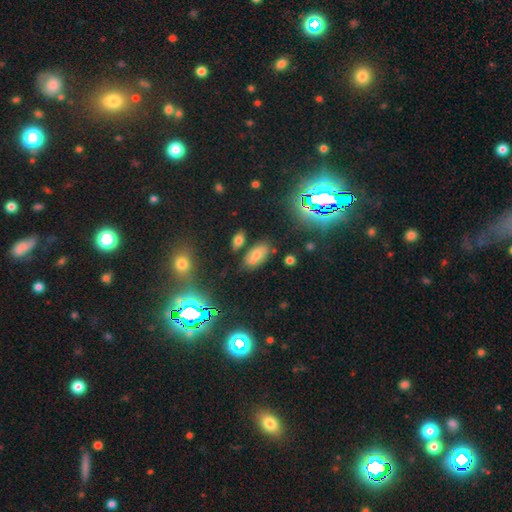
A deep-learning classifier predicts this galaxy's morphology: Smooth or featured?
  - smooth: 57% *
  - star or artifact: 27%
  - featured or disk: 16%
How rounded?
  - in between: 89% *
  - round: 6%
  - cigar-shaped: 5%
Merging?
  - none: 78% *
  - minor disturbance: 12%
  - merger: 6%
  - major disturbance: 4%